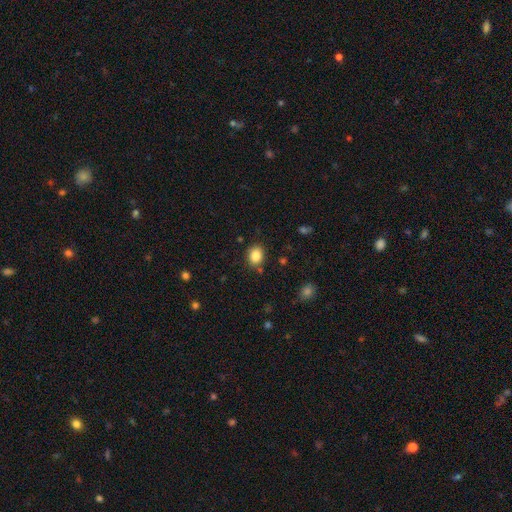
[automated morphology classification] Overall: smooth (85%). How rounded: in between (51%; round 48%). Merging: none (83%).